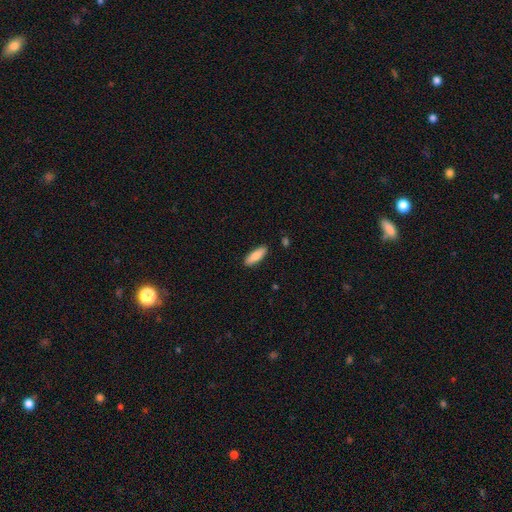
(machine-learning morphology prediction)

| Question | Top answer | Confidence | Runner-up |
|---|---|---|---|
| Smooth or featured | smooth | 84% | featured or disk (10%) |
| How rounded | in between | 56% | cigar-shaped (43%) |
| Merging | none | 88% | minor disturbance (8%) |